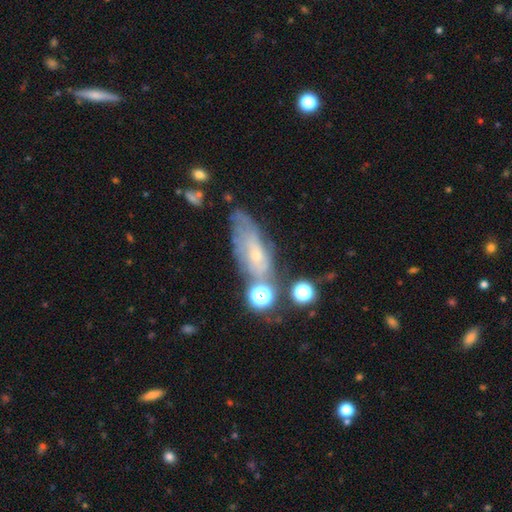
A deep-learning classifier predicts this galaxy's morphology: This appears to be a featured or disk galaxy (52%). Merging: none (51%).